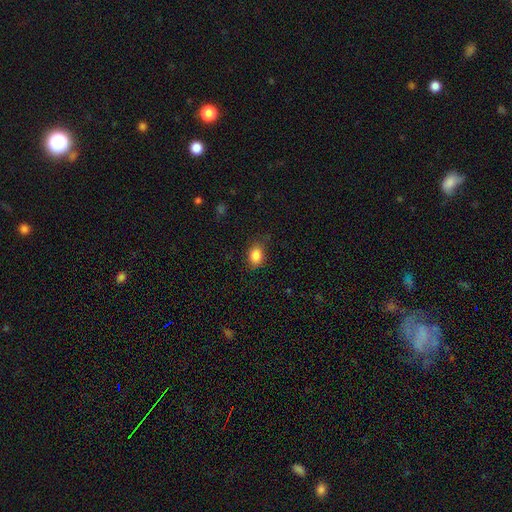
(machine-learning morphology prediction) Q: Smooth or featured?
A: smooth (85%); runner-up: star or artifact (9%)
Q: How rounded?
A: in between (68%); runner-up: round (30%)
Q: Merging?
A: none (77%); runner-up: minor disturbance (17%)